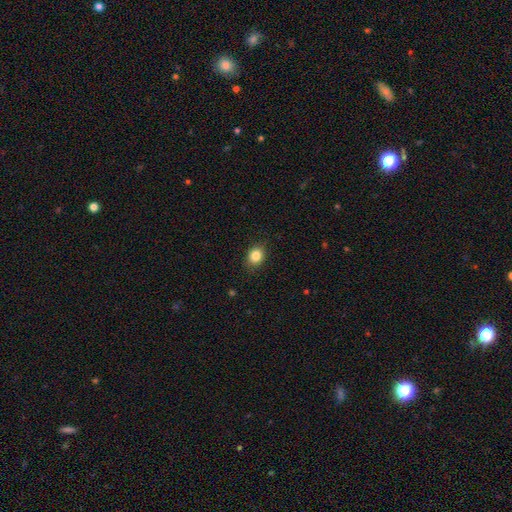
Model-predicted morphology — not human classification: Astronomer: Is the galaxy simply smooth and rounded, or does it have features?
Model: smooth — 85%.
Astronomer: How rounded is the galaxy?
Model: round — 56% (runner-up: in between, 43%).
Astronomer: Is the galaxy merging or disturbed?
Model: none — 86%.